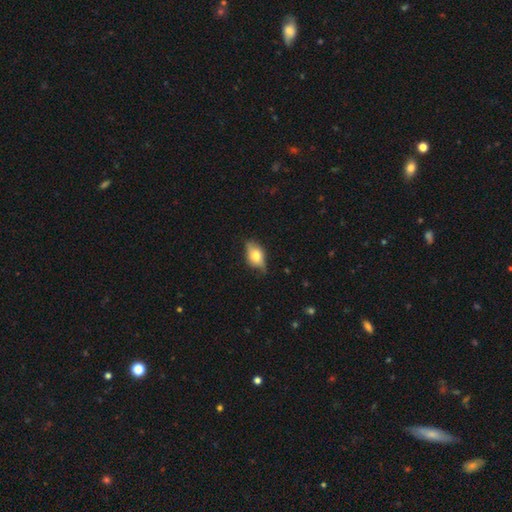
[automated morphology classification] smooth_or_featured: smooth (p=0.59) [alt: featured or disk p=0.33]
how_rounded: in between (p=0.83) [alt: round p=0.12]
merging: none (p=0.64) [alt: minor disturbance p=0.28]